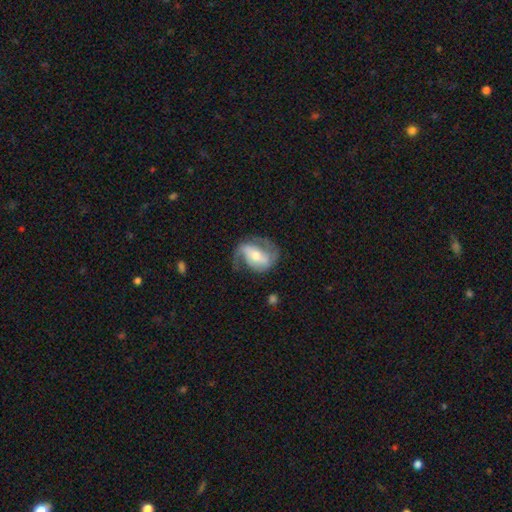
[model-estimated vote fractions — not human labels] This appears to be a featured or disk galaxy (79%) with a strong bar (43%), 2 (79%) medium (44%) spiral arms (92%) and a moderate central bulge (59%). Merging: none (62%).